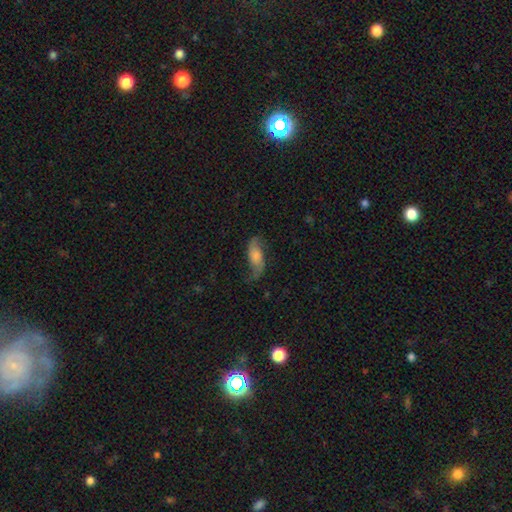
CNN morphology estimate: Smooth or featured?
  - featured or disk: 61% *
  - smooth: 29%
  - star or artifact: 10%
Edge-on disk?
  - no: 90% *
  - yes: 10%
Bar?
  - no: 64% *
  - weak: 28%
  - strong: 8%
Spiral arms?
  - yes: 91% *
  - no: 9%
Bulge size?
  - moderate: 34% *
  - small: 27%
  - none: 18%
  - large: 17%
  - dominant: 4%
Merging?
  - none: 66% *
  - minor disturbance: 20%
  - major disturbance: 12%
  - merger: 2%